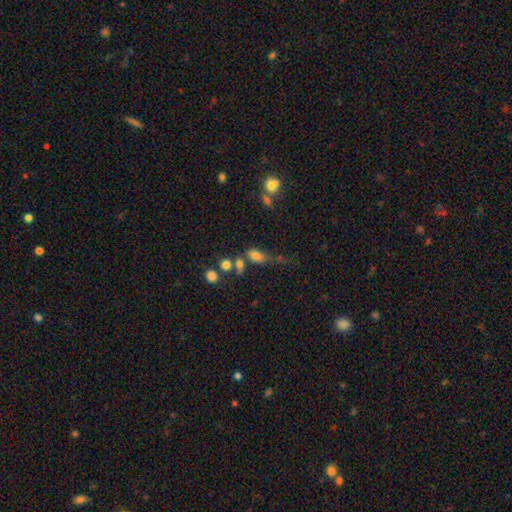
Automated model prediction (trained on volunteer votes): Q: Smooth or featured?
A: smooth (71%); runner-up: star or artifact (15%)
Q: How rounded?
A: in between (76%); runner-up: round (15%)
Q: Merging?
A: none (33%); runner-up: merger (29%)